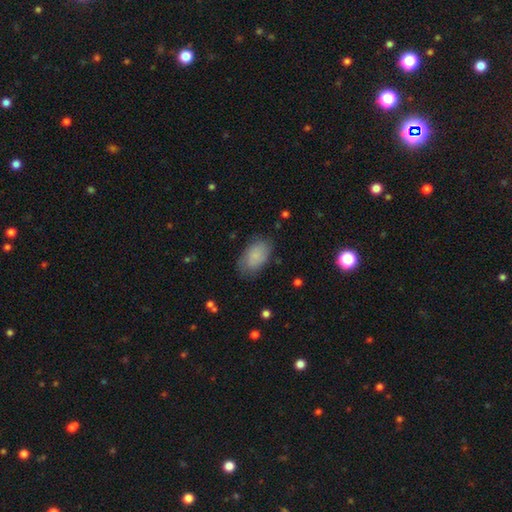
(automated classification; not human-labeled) A smooth galaxy with no disk features (79%) that is in between round and cigar-shaped (91%).

Vote fractions:
- Smooth or featured? smooth: 79% / featured or disk: 13% / star or artifact: 8%
- How rounded? in between: 91% / round: 7% / cigar-shaped: 1%
- Merging? none: 74% / minor disturbance: 19% / major disturbance: 6% / merger: 1%